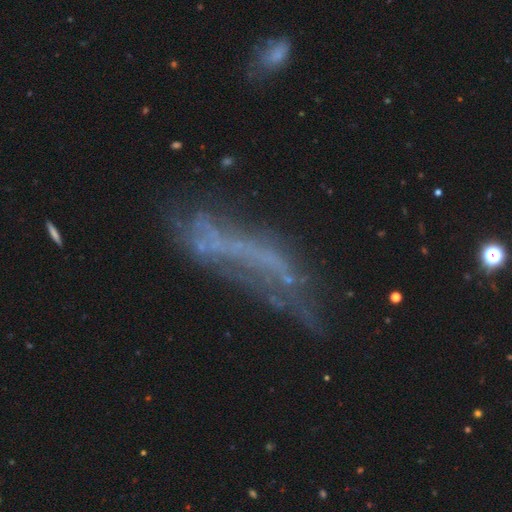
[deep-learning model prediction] Q: Smooth or featured?
A: featured or disk (57%); runner-up: smooth (23%)
Q: Edge-on disk?
A: no (71%); runner-up: yes (29%)
Q: Merging?
A: none (40%); runner-up: major disturbance (31%)